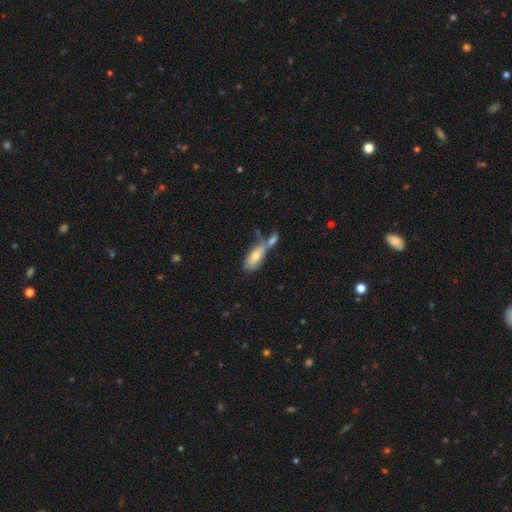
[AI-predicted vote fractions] Morphology: type=smooth (64%); roundness=in between (70%); merging=merger (46%).